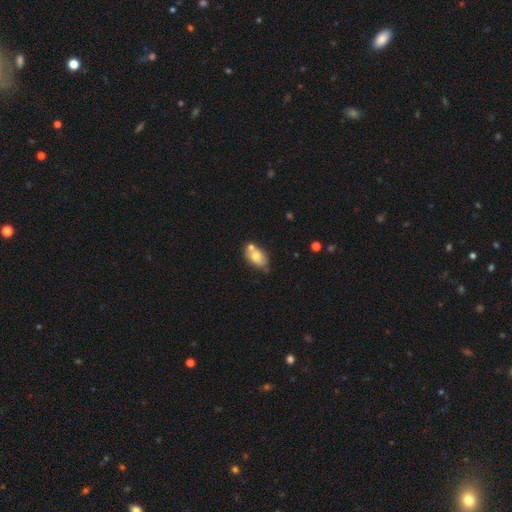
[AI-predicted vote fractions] A smooth galaxy with no disk features (70%) that is in between round and cigar-shaped (86%). Merging: none (46%).